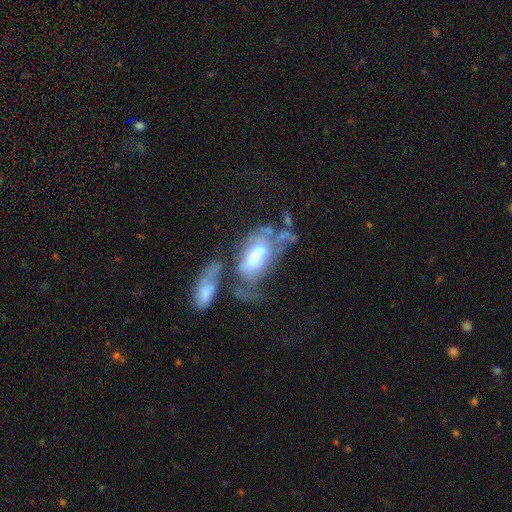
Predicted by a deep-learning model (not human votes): This is possibly a featured or disk galaxy (58%). It is clearly not viewed edge-on (91%). Bar: likely no (61%). Spiral arm pattern: likely no (62%). Central bulge: possibly moderate (50%). Merging: marginally merger (40%).